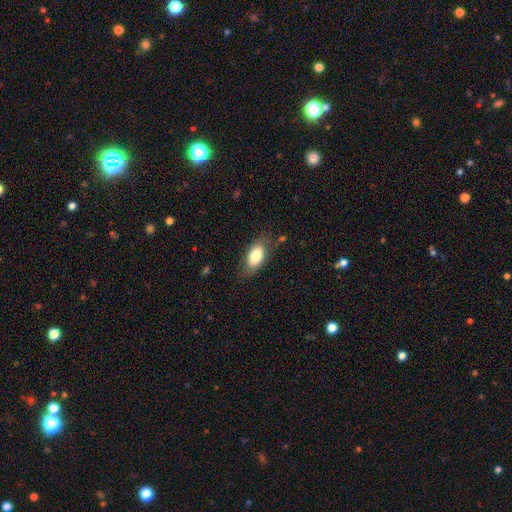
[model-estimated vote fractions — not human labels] Smooth or featured?
  - smooth: 77% *
  - featured or disk: 16%
  - star or artifact: 7%
How rounded?
  - in between: 90% *
  - round: 5%
  - cigar-shaped: 5%
Merging?
  - none: 75% *
  - minor disturbance: 18%
  - major disturbance: 6%
  - merger: 2%